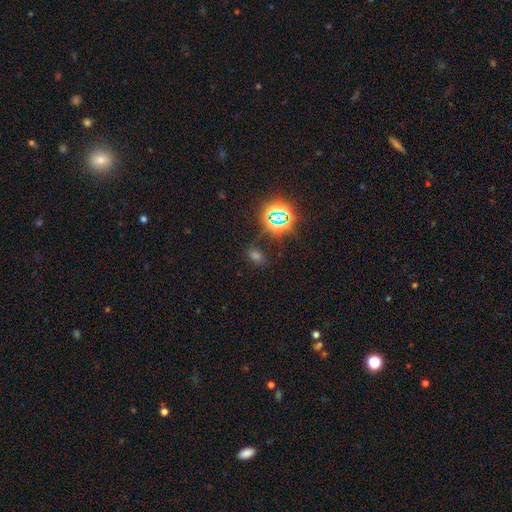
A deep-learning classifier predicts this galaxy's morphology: A smooth galaxy with no disk features (48%).

Vote fractions:
- Smooth or featured? smooth: 48% / star or artifact: 45% / featured or disk: 8%
- Merging? none: 80% / minor disturbance: 12% / major disturbance: 5% / merger: 4%